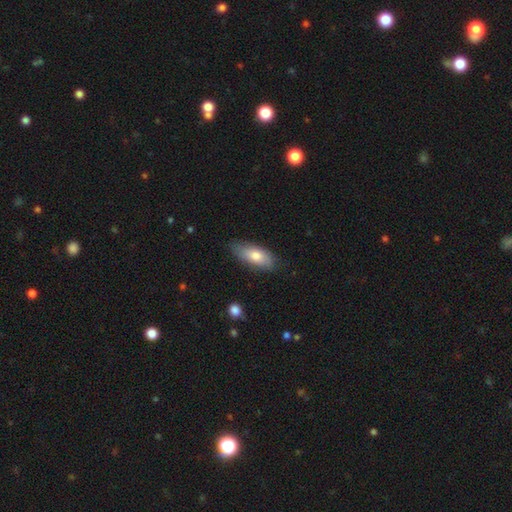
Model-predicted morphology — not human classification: This is likely a smooth galaxy (75%). How rounded: clearly in between (83%). Merging: likely none (76%).